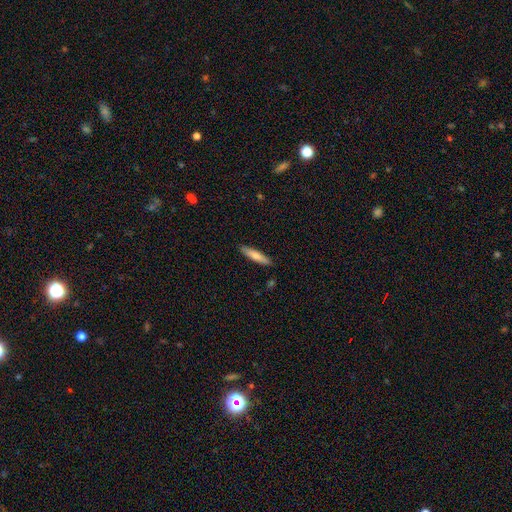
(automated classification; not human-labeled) smooth 73%, featured or disk 21%, star or artifact 6%. Down the decision tree: how rounded — cigar-shaped (84%); merging — none (89%).